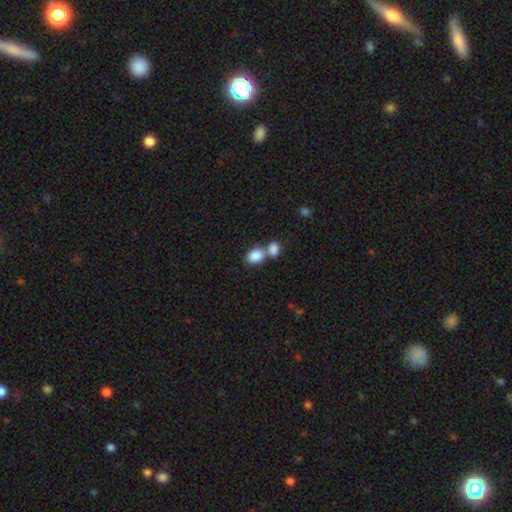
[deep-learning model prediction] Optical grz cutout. It shows a smooth galaxy with no disk features (86%) that is in between round and cigar-shaped (71%). Merging: merger (57%).